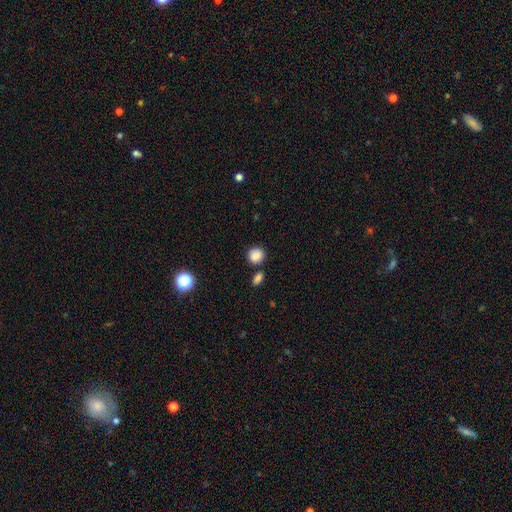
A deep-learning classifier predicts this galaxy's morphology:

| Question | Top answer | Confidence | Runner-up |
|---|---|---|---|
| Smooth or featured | smooth | 86% | star or artifact (9%) |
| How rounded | round | 84% | in between (15%) |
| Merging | none | 75% | merger (11%) |